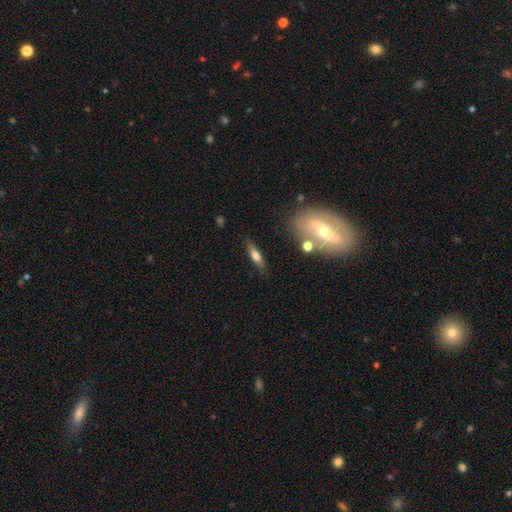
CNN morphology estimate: Q: Smooth or featured?
A: smooth (57%); runner-up: featured or disk (34%)
Q: How rounded?
A: cigar-shaped (66%); runner-up: in between (31%)
Q: Merging?
A: none (79%); runner-up: minor disturbance (12%)